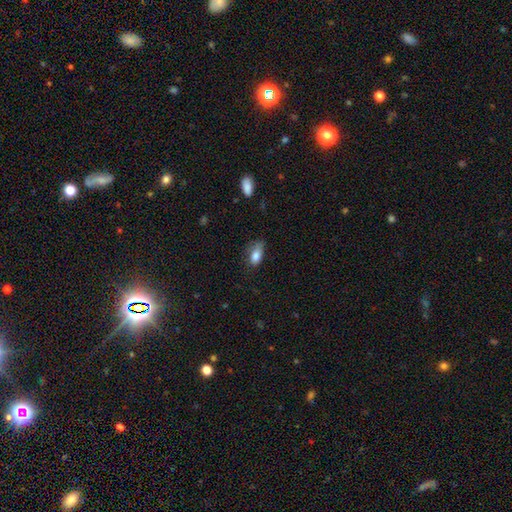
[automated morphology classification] This appears to be a smooth galaxy with no disk features (81%) that is in between round and cigar-shaped (88%). Merging: none (46%).